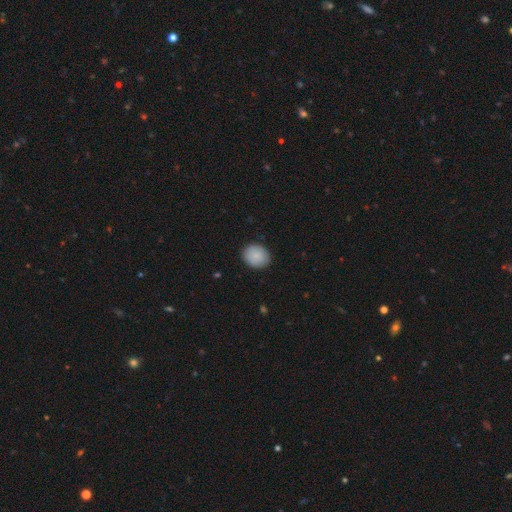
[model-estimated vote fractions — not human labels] Smooth or featured: smooth — 88% (star or artifact — 7%)
How rounded: round — 65% (in between — 34%)
Merging: none — 89% (minor disturbance — 9%)